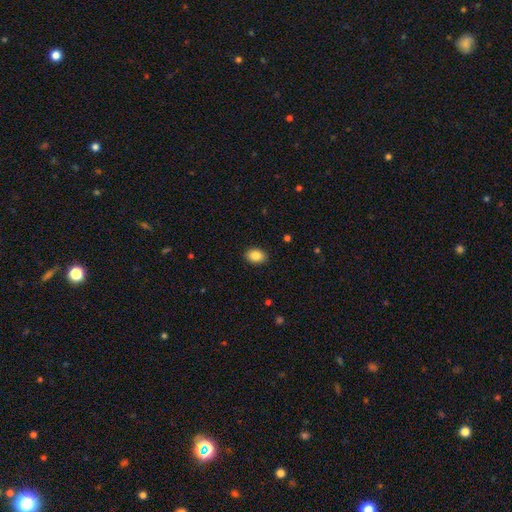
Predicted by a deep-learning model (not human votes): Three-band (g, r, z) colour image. It shows a smooth galaxy with no disk features (87%) that is in between round and cigar-shaped (81%). Merging: none (90%).